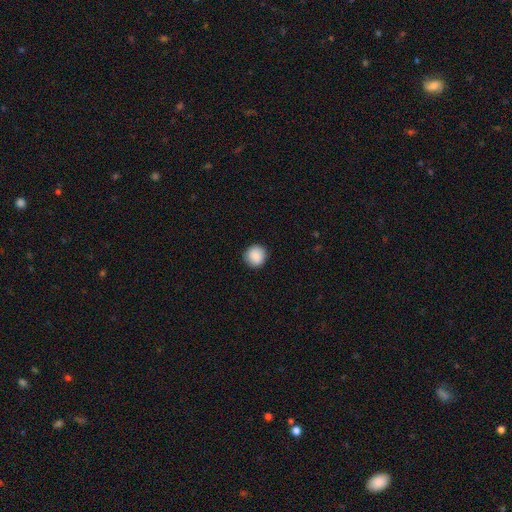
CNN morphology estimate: Overall: smooth (89%). How rounded: round (92%). Merging: none (90%).